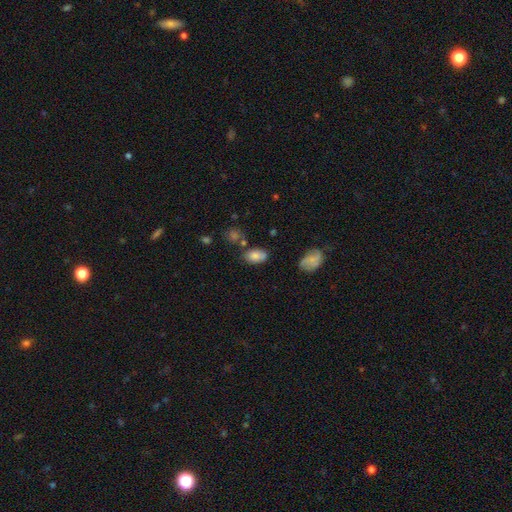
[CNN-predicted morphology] smooth 80%, featured or disk 11%, star or artifact 9%. Down the decision tree: how rounded — in between (90%); merging — none (66%).